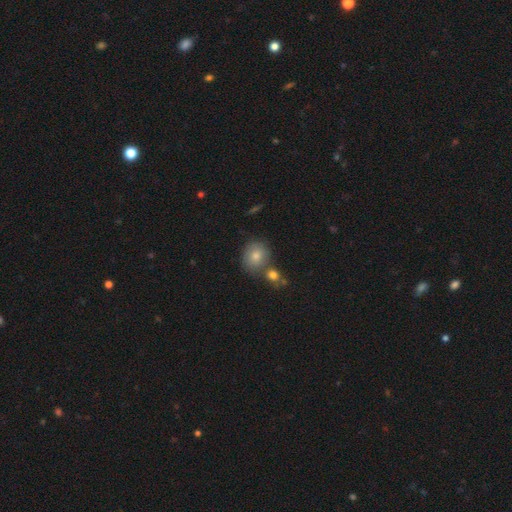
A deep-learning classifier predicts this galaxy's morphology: Smooth or featured?
  - smooth: 78% *
  - featured or disk: 12%
  - star or artifact: 10%
How rounded?
  - round: 75% *
  - in between: 24%
  - cigar-shaped: 1%
Merging?
  - none: 59% *
  - merger: 26%
  - minor disturbance: 11%
  - major disturbance: 4%